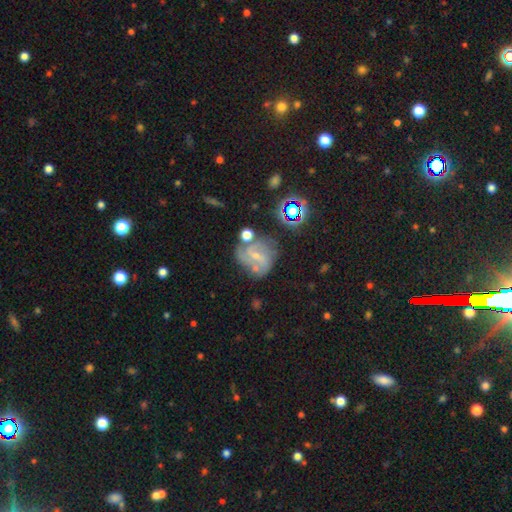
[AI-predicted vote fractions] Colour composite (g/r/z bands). It shows a featured or disk galaxy (71%) with a weak bar (50%), 2 (42%) medium (48%) spiral arms (90%) and a small central bulge (71%). Merging: none (50%).